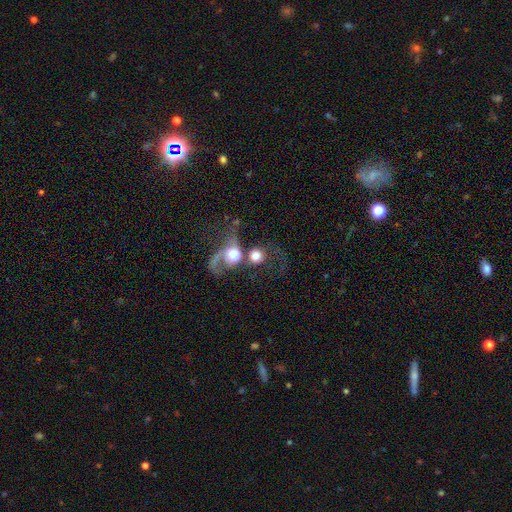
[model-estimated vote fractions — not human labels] The model was most divided on "smooth or featured": smooth: 58%, featured or disk: 31%, star or artifact: 11%. More confident: how rounded — round (80%); merging — merger (54%).